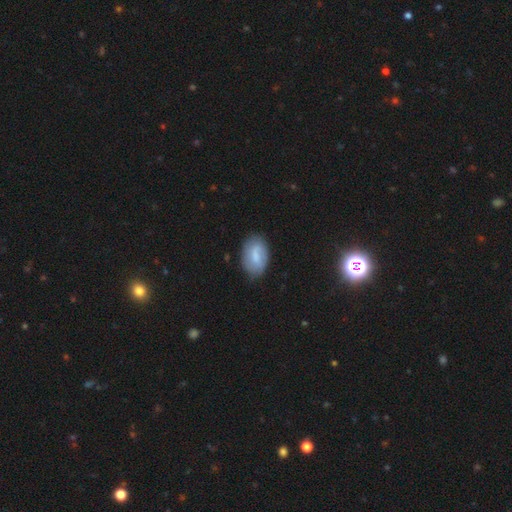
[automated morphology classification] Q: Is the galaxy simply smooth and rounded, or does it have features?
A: smooth — 64%.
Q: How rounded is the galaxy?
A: in between — 89%.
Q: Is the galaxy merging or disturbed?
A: none — 74%.